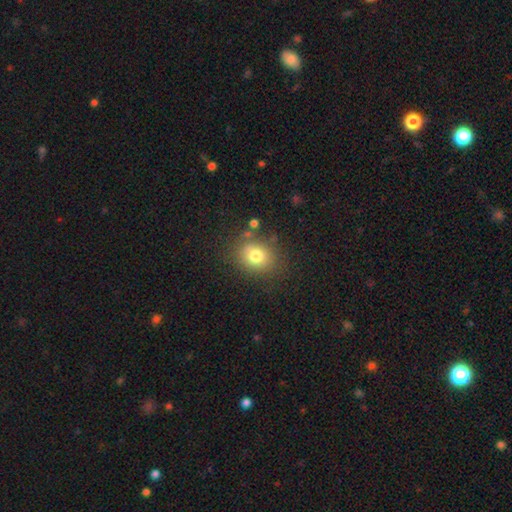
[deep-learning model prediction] This is likely a smooth galaxy (76%). How rounded: likely round (66%). Merging: likely none (77%).